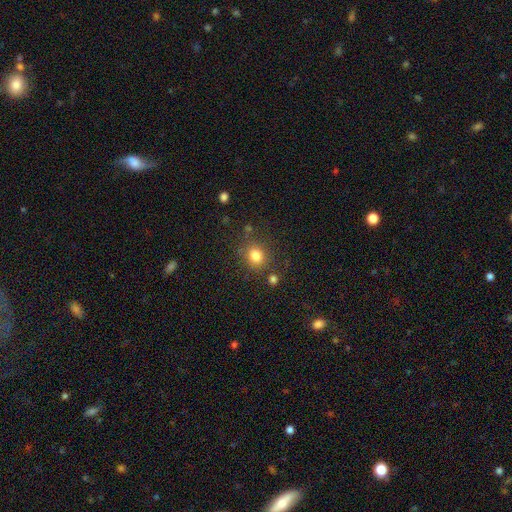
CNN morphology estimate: The model was most divided on "how rounded": round: 81%, in between: 18%, cigar-shaped: 1%. More confident: smooth or featured — smooth (81%); merging — none (80%).